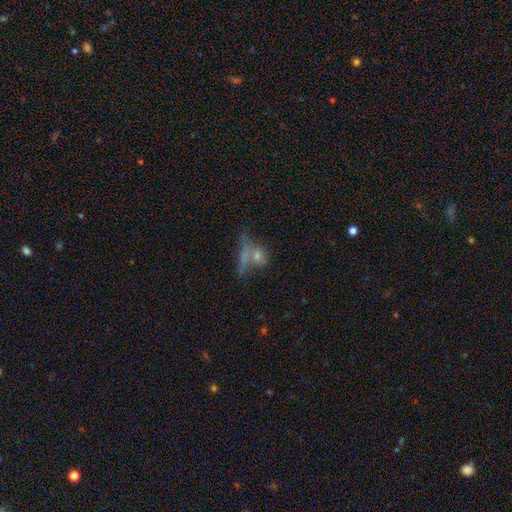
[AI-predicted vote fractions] smooth-or-featured: smooth: 59% | featured or disk: 23% | star or artifact: 18%
  how-rounded: in between: 54% | round: 33% | cigar-shaped: 13%
  merging: merger: 38% | none: 35% | major disturbance: 14% | minor disturbance: 14%